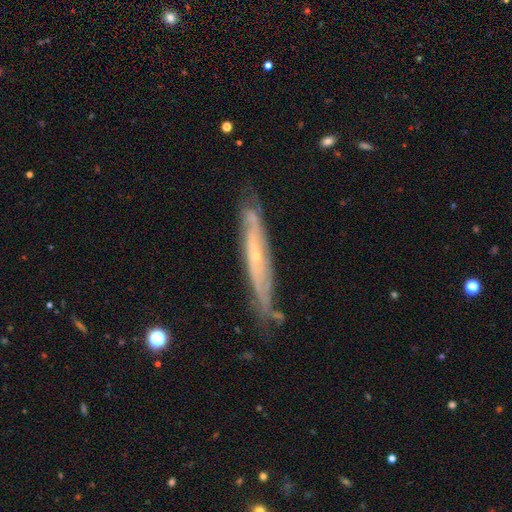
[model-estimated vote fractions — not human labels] smooth_or_featured: featured or disk (p=0.74) [alt: smooth p=0.19]
disk_edge_on: yes (p=0.67) [alt: no p=0.33]
edge_on_bulge: rounded (p=0.52) [alt: none p=0.45]
merging: none (p=0.75) [alt: minor disturbance p=0.19]